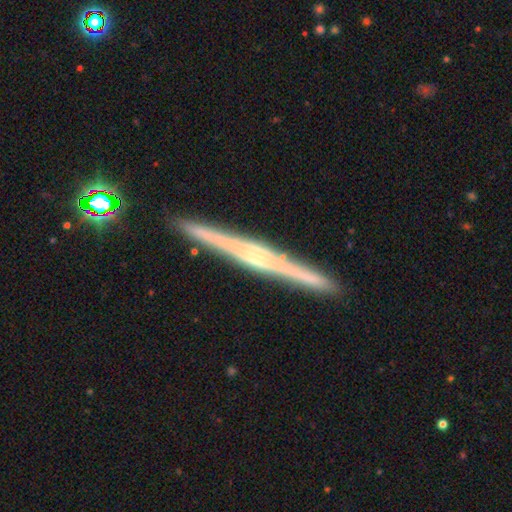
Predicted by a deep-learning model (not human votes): Smooth or featured?
  - featured or disk: 84% *
  - smooth: 11%
  - star or artifact: 5%
Edge-on disk?
  - yes: 98% *
  - no: 2%
Edge-on bulge?
  - rounded: 55% *
  - boxy: 26%
  - none: 19%
Merging?
  - none: 92% *
  - minor disturbance: 6%
  - merger: 1%
  - major disturbance: 1%